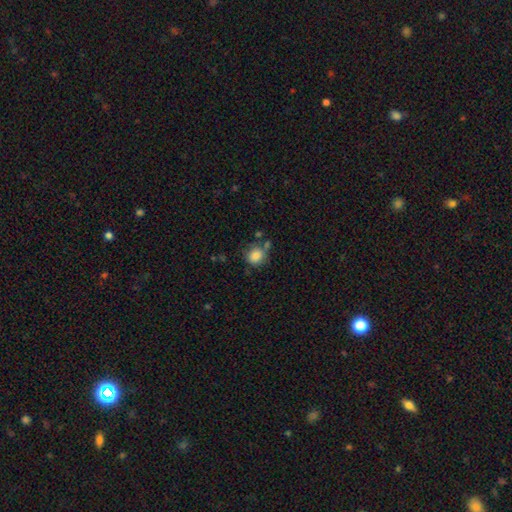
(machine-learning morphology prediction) smooth-or-featured: smooth: 85% | star or artifact: 9% | featured or disk: 6%
  how-rounded: round: 79% | in between: 20% | cigar-shaped: 1%
  merging: none: 65% | minor disturbance: 18% | merger: 12% | major disturbance: 6%